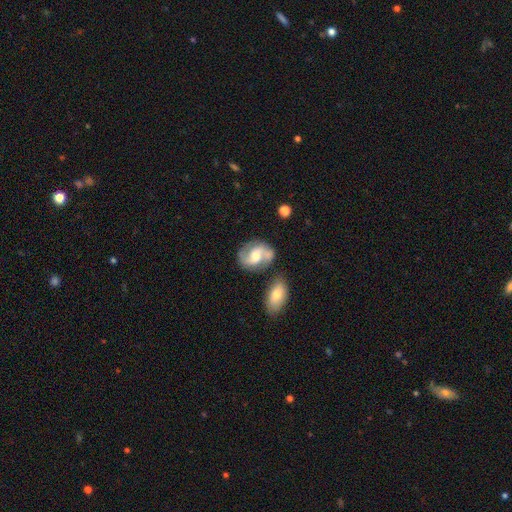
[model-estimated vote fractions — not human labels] Smooth or featured? featured or disk (74%)
Edge-on disk? no (97%)
Bar? no (44%)
Spiral arms? yes (92%)
Spiral winding? medium (49%)
Spiral arm count? 2 (90%)
Bulge size? moderate (68%)
Merging? none (65%)